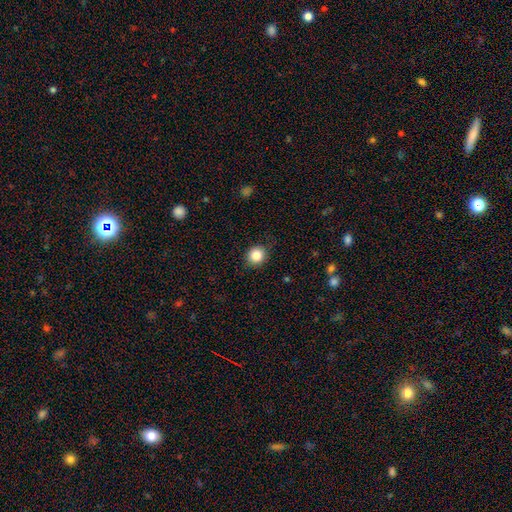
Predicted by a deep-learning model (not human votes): This appears to be a smooth galaxy with no disk features (85%) that is round (80%). Merging: none (85%).